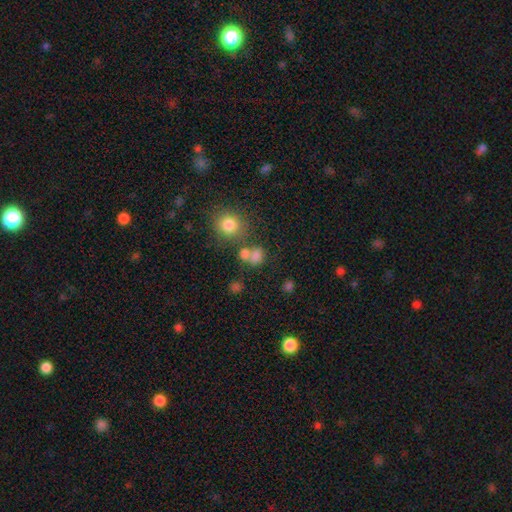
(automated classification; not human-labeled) Smooth or featured? Predicted: smooth (p=0.72). How rounded? Predicted: round (p=0.63). Merging? Predicted: none (p=0.49).